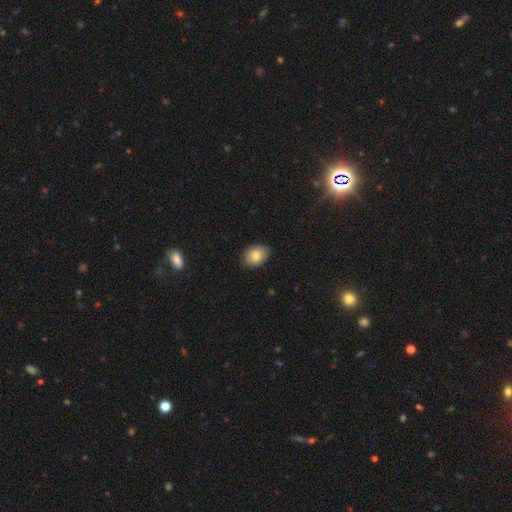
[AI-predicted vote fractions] The model was most divided on "how rounded": in between: 68%, round: 31%, cigar-shaped: 1%. More confident: merging — none (86%); smooth or featured — smooth (83%).